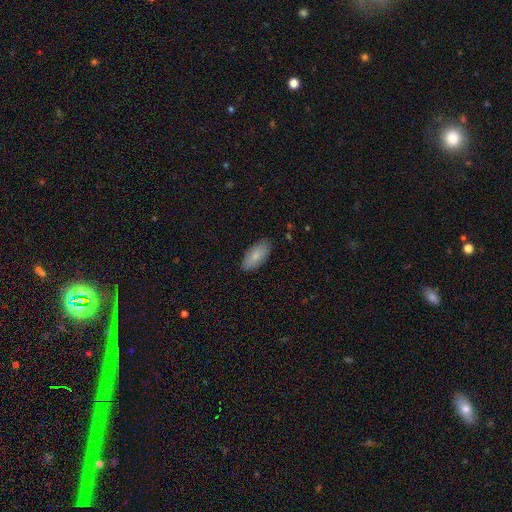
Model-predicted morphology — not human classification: This appears to be a smooth galaxy with no disk features (82%) that is in between round and cigar-shaped (91%). Merging: none (86%).